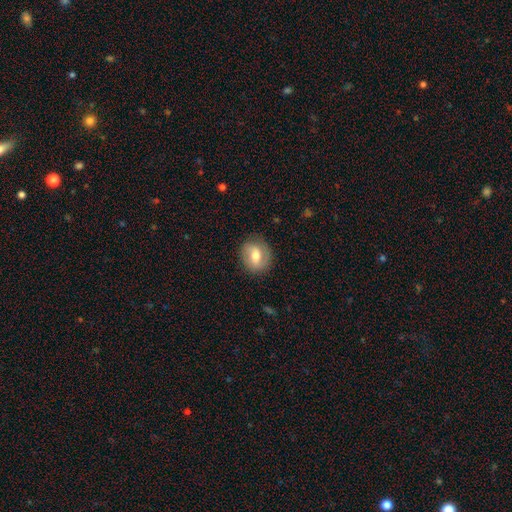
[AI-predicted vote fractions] A smooth galaxy with no disk features (48%). Merging: none (82%).